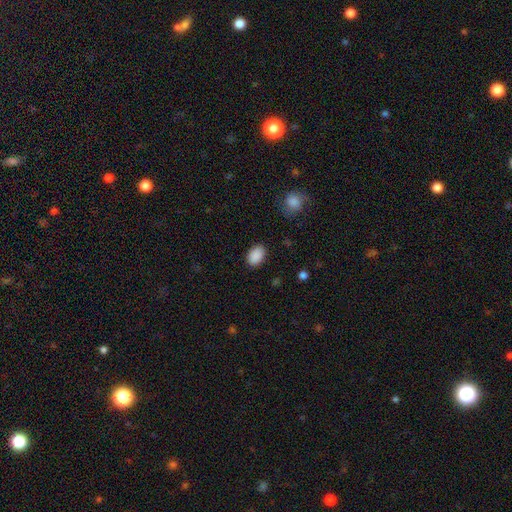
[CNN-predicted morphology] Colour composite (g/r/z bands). It shows a smooth galaxy with no disk features (90%) that is in between round and cigar-shaped (86%). Merging: none (87%).